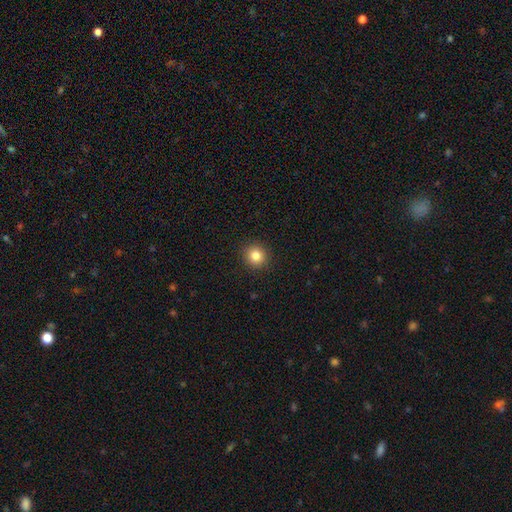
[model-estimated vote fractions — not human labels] A smooth galaxy with no disk features (83%) that is round (91%).

Vote fractions:
- Smooth or featured? smooth: 83% / star or artifact: 12% / featured or disk: 6%
- How rounded? round: 91% / in between: 8% / cigar-shaped: 1%
- Merging? none: 92% / minor disturbance: 5% / major disturbance: 2% / merger: 1%